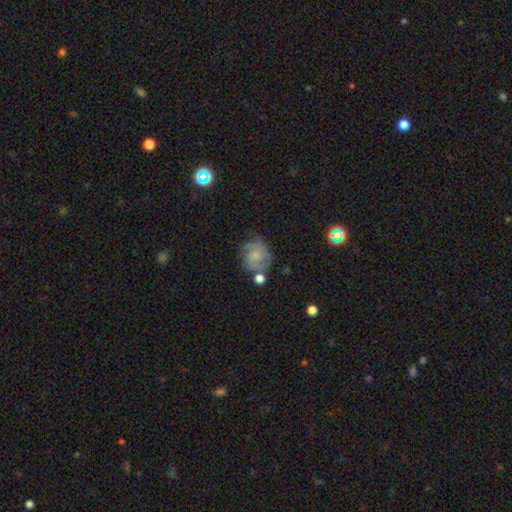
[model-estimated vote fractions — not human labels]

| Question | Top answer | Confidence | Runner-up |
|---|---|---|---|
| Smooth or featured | featured or disk | 61% | smooth (29%) |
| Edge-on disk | no | 98% | yes (2%) |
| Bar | no | 73% | weak (24%) |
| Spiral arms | yes | 86% | no (14%) |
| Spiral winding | tight | 49% | medium (38%) |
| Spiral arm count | can't tell | 36% | 3 (25%) |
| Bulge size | small | 62% | moderate (24%) |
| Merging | none | 58% | minor disturbance (23%) |